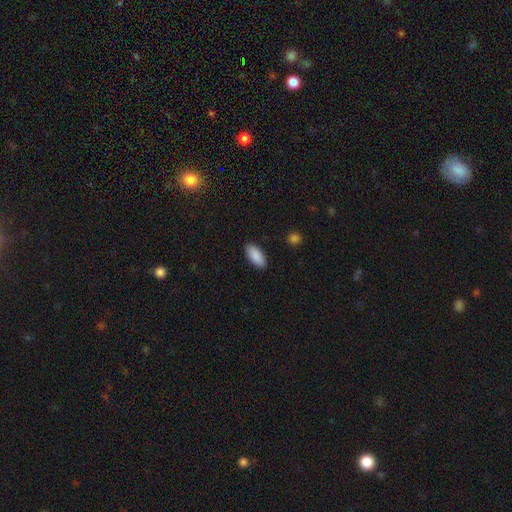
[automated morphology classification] Smooth or featured? smooth (90%)
How rounded? in between (90%)
Merging? none (89%)